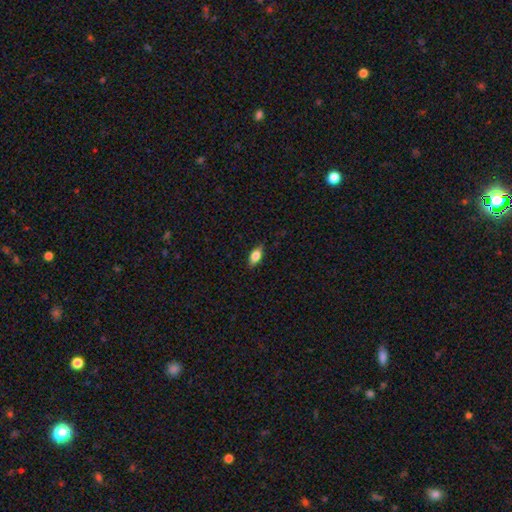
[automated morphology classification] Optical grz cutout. It shows a smooth galaxy with no disk features (76%) that is in between round and cigar-shaped (85%). Merging: none (84%).